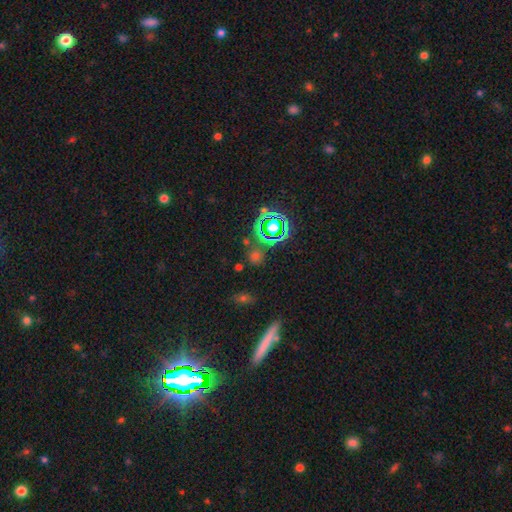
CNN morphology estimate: Smooth or featured?
  - star or artifact: 53% *
  - smooth: 38%
  - featured or disk: 9%